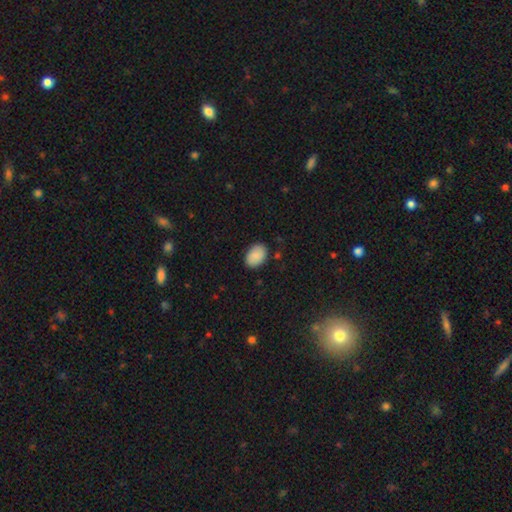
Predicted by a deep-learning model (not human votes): This appears to be a smooth galaxy with no disk features (89%) that is in between round and cigar-shaped (84%). Merging: none (85%).